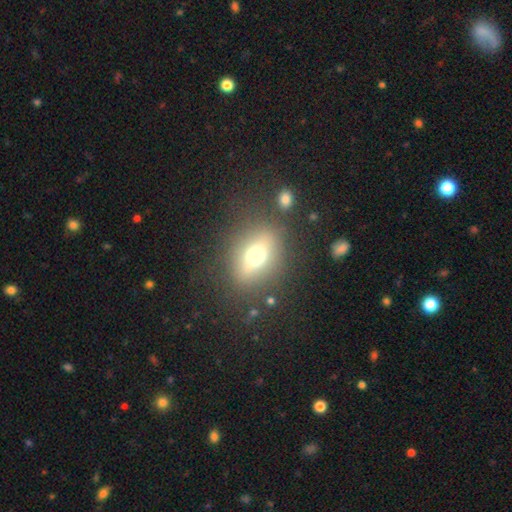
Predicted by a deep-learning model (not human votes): A smooth galaxy with no disk features (59%) that is in between round and cigar-shaped (56%).

Vote fractions:
- Smooth or featured? smooth: 59% / featured or disk: 29% / star or artifact: 13%
- How rounded? in between: 56% / round: 39% / cigar-shaped: 5%
- Merging? none: 76% / minor disturbance: 13% / major disturbance: 6% / merger: 5%